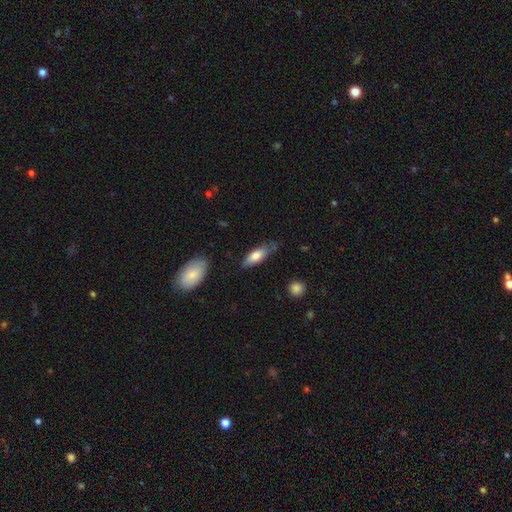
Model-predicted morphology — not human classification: A smooth galaxy with no disk features (75%) that is in between round and cigar-shaped (69%).

Vote fractions:
- Smooth or featured? smooth: 75% / featured or disk: 19% / star or artifact: 6%
- How rounded? in between: 69% / cigar-shaped: 29% / round: 2%
- Merging? none: 63% / minor disturbance: 28% / major disturbance: 5% / merger: 4%